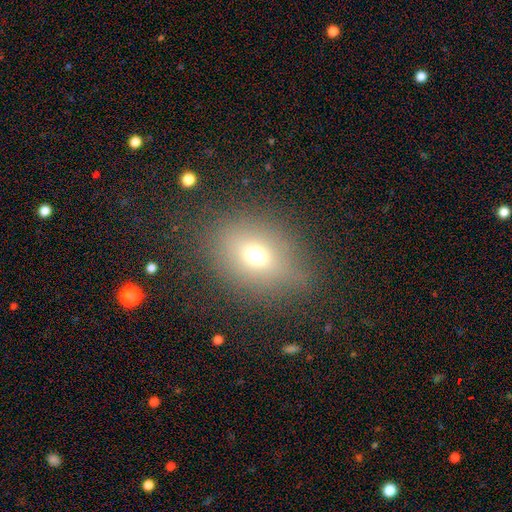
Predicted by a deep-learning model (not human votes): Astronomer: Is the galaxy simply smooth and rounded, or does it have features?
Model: smooth — 67%.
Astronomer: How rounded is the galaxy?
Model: in between — 63%.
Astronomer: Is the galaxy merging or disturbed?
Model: none — 78%.